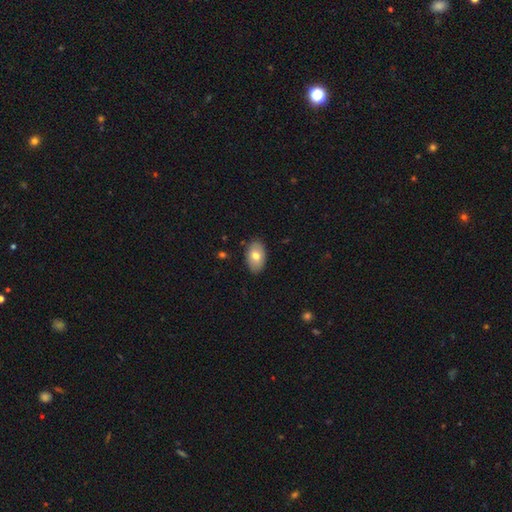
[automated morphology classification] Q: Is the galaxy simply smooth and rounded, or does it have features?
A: smooth — 74%.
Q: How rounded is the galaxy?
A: in between — 92%.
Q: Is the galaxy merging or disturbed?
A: none — 86%.